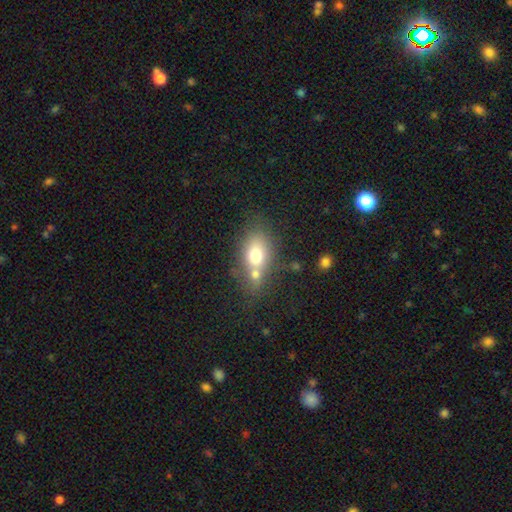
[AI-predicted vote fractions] Overall: smooth (70%). How rounded: in between (74%). Merging: merger (43%; none 39%).